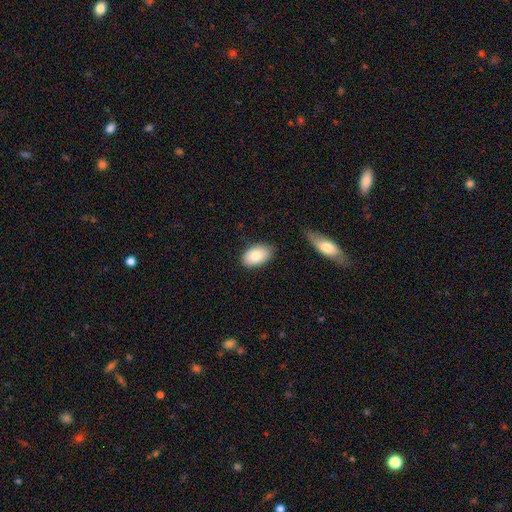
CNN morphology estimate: Smooth or featured?
  - smooth: 82% *
  - featured or disk: 11%
  - star or artifact: 7%
How rounded?
  - in between: 92% *
  - round: 7%
  - cigar-shaped: 1%
Merging?
  - none: 80% *
  - minor disturbance: 14%
  - major disturbance: 3%
  - merger: 2%